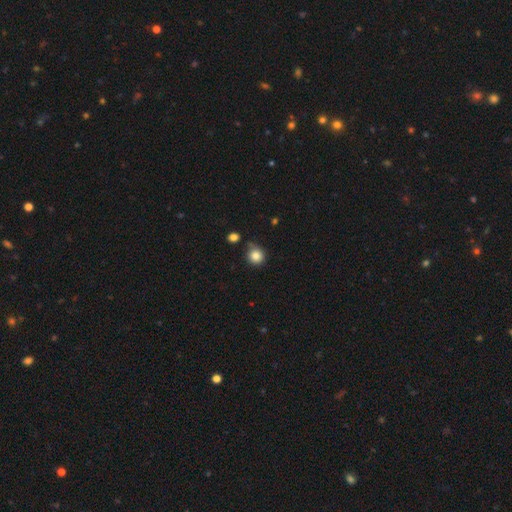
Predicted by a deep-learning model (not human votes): Smooth or featured? Predicted: smooth (p=0.83). How rounded? Predicted: round (p=0.90). Merging? Predicted: none (p=0.67).